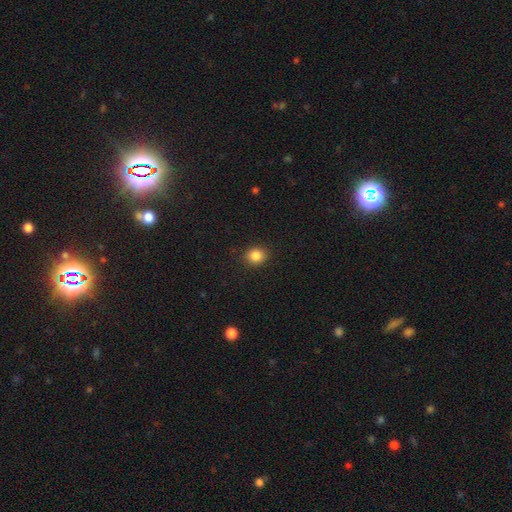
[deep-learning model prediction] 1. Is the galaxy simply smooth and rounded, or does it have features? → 85% smooth, 10% star or artifact, 4% featured or disk.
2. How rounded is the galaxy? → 71% round, 28% in between, 1% cigar-shaped.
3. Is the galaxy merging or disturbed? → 89% none, 7% minor disturbance, 2% major disturbance, 1% merger.